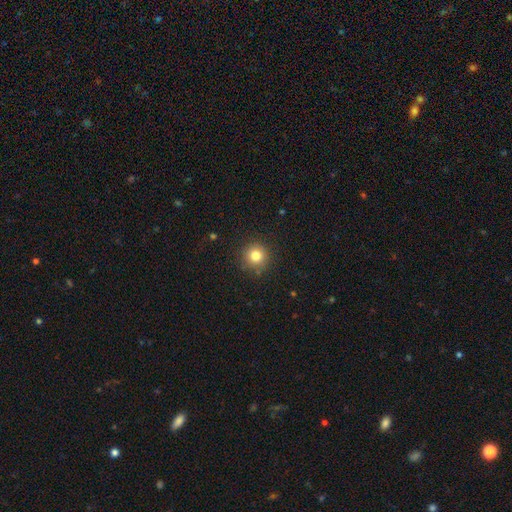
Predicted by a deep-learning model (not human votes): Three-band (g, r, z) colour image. It shows a smooth galaxy with no disk features (82%) that is round (94%). Merging: none (88%).